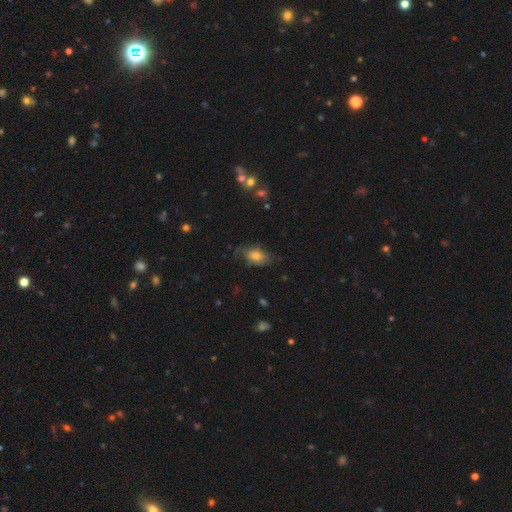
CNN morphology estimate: Smooth or featured? smooth (68%)
How rounded? in between (85%)
Merging? none (62%)